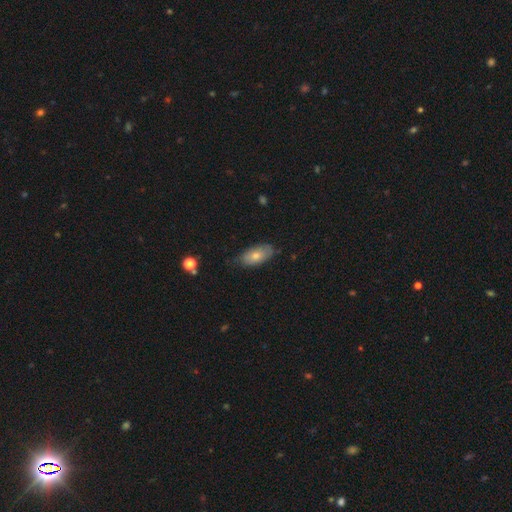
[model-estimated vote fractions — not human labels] Smooth or featured? smooth (61%)
How rounded? in between (89%)
Merging? none (71%)